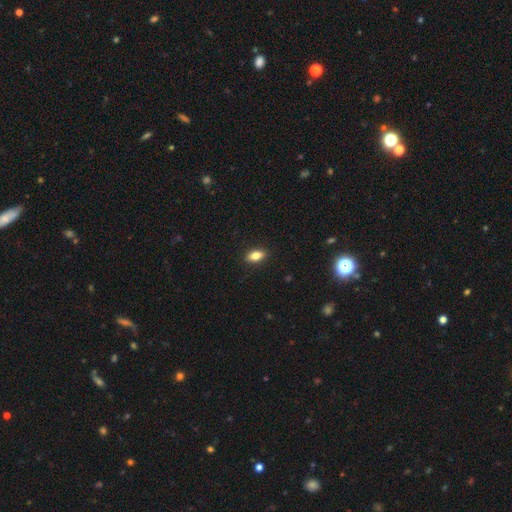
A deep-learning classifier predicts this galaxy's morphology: smooth_or_featured: smooth (p=0.80) [alt: featured or disk p=0.11]
how_rounded: in between (p=0.87) [alt: cigar-shaped p=0.07]
merging: none (p=0.89) [alt: minor disturbance p=0.08]